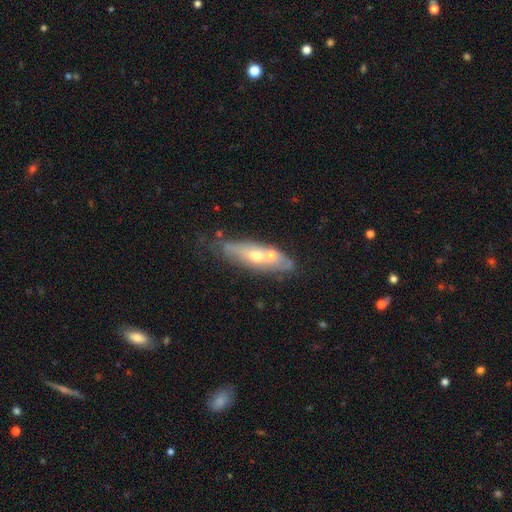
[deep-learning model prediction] Smooth or featured? Predicted: featured or disk (p=0.53). Edge-on disk? Predicted: no (p=0.50, tied with yes). Merging? Predicted: none (p=0.60).